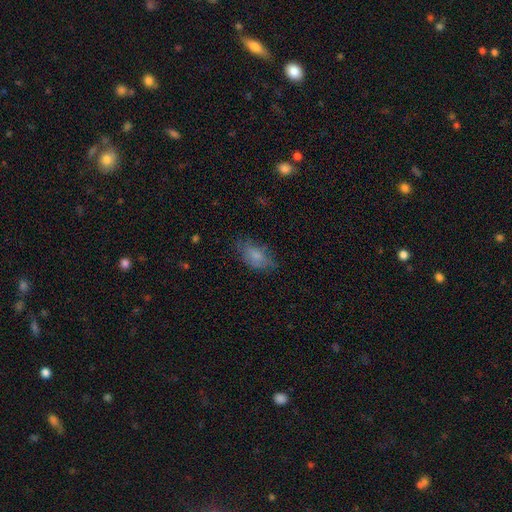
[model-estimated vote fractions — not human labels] A smooth galaxy with no disk features (74%) that is in between round and cigar-shaped (90%). Merging: none (64%).